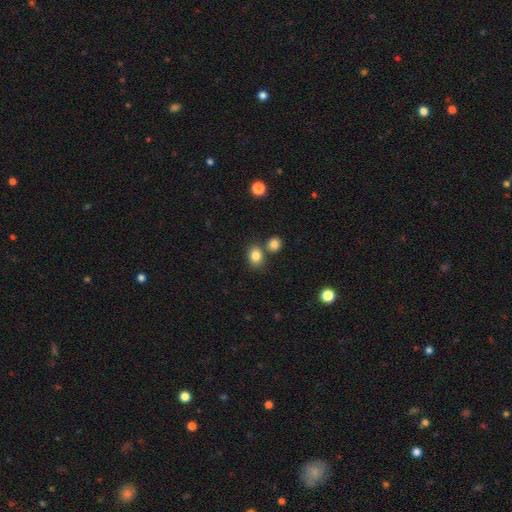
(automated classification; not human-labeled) smooth 84%, star or artifact 10%, featured or disk 6%. Down the decision tree: how rounded — round (54%); merging — none (67%).